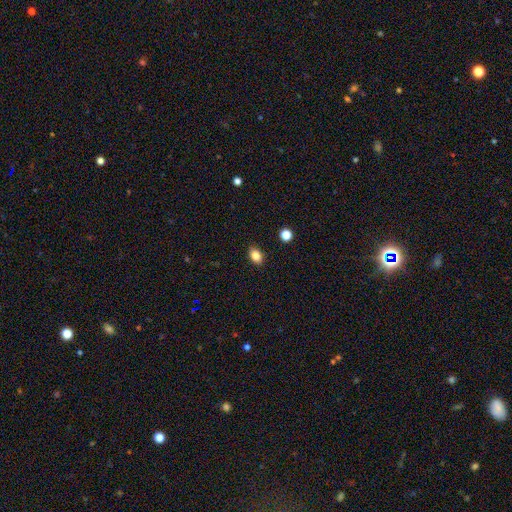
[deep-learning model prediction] Overall: smooth (85%). How rounded: in between (81%). Merging: none (88%).